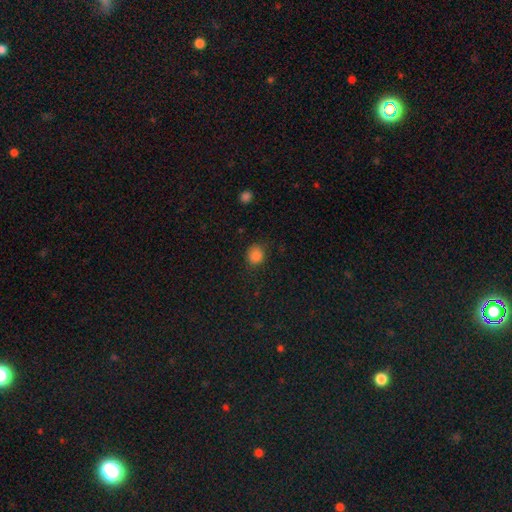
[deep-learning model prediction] The model was most divided on "how rounded": round: 81%, in between: 18%, cigar-shaped: 1%. More confident: smooth or featured — smooth (85%); merging — none (83%).